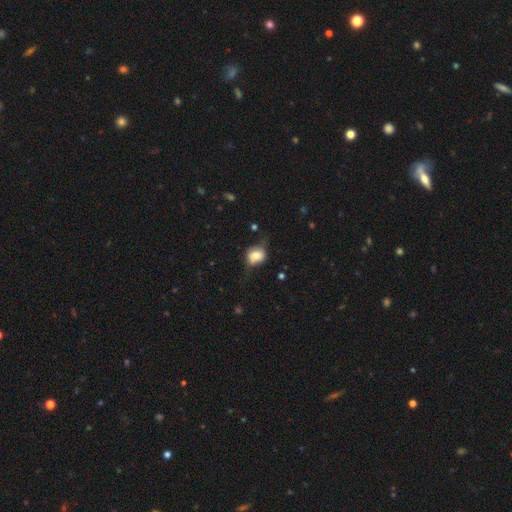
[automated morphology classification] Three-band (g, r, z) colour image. It shows a smooth galaxy with no disk features (60%) that is round (55%). Merging: none (51%).